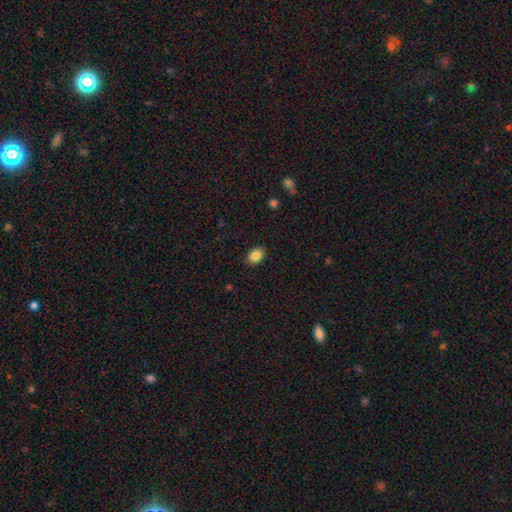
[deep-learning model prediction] This appears to be a smooth galaxy with no disk features (85%) that is in between round and cigar-shaped (71%). Merging: none (89%).